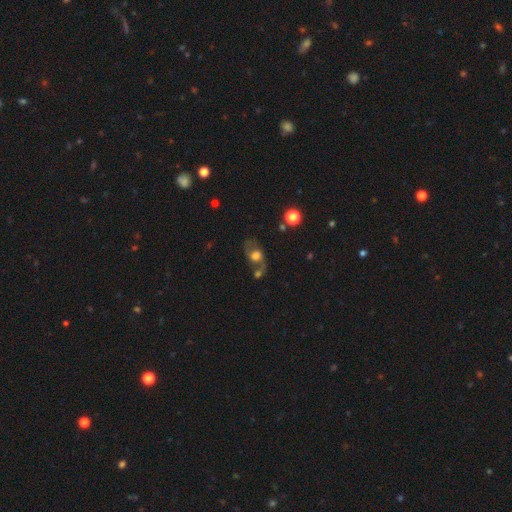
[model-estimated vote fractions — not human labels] Morphology: type=featured or disk (56%); edge-on=no (94%); bar=no (65%); spiral arms=yes (74%); bulge=large (45%); merging=none (42%).